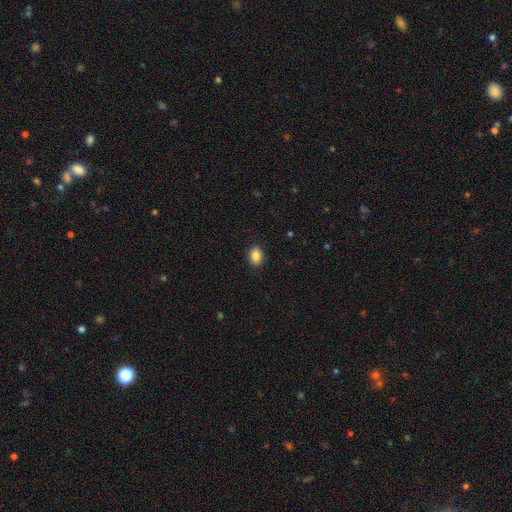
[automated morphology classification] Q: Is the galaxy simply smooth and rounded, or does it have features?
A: smooth — 88%.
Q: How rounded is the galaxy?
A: in between — 69%.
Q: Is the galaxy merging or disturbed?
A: none — 90%.